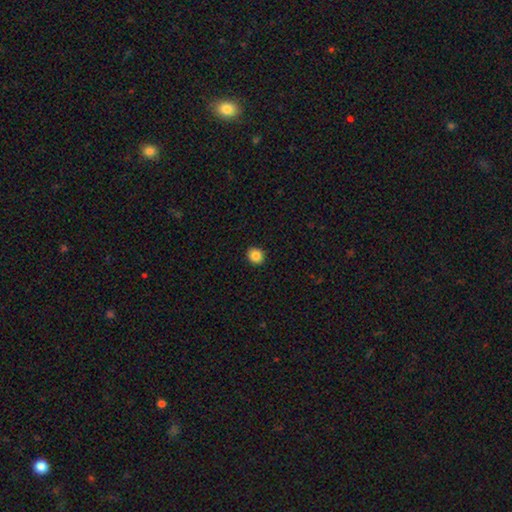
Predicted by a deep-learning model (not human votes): Morphology: type=smooth (86%); roundness=round (78%); merging=none (92%).